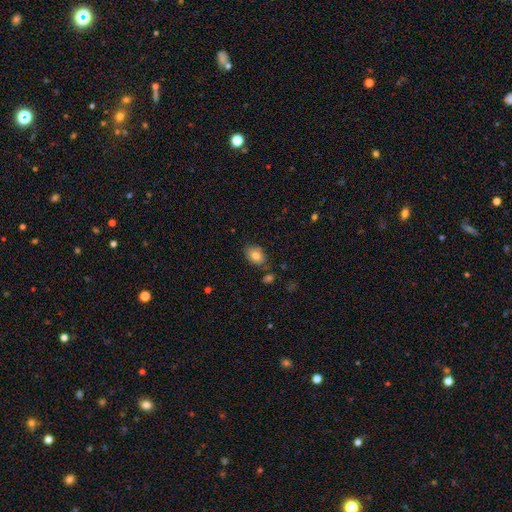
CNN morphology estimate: This is likely a smooth galaxy (80%). How rounded: clearly in between (82%). Merging: likely none (75%).